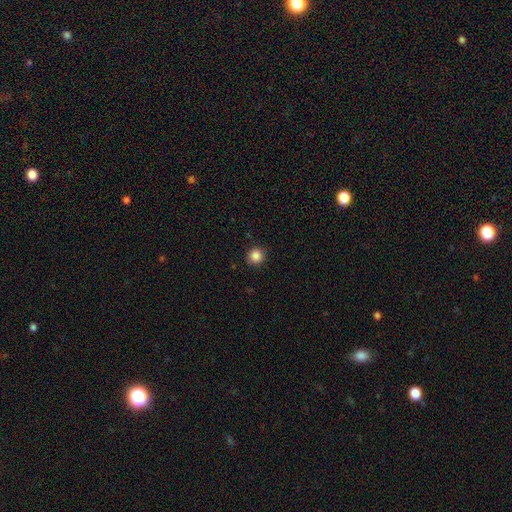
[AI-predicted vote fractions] Smooth or featured? smooth (86%)
How rounded? round (93%)
Merging? none (91%)